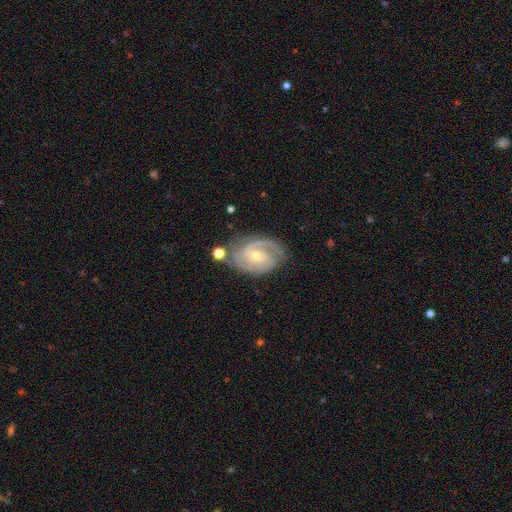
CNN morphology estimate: featured or disk 90%, star or artifact 5%, smooth 5%. Down the decision tree: edge-on disk — no (97%); bar — no (46%); spiral arms — yes (98%); spiral arm count — 2 (71%); spiral winding — tight (58%); bulge size — small (56%); merging — none (71%).